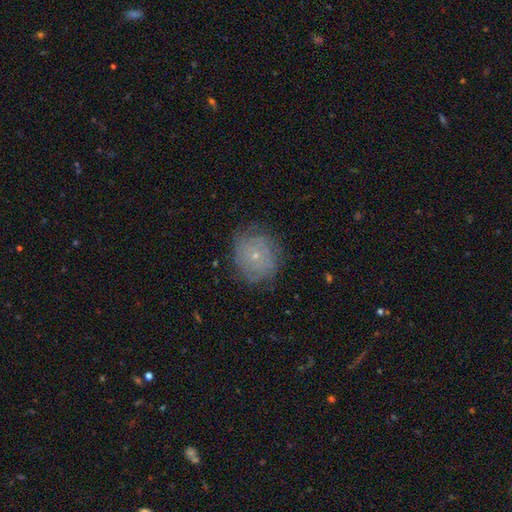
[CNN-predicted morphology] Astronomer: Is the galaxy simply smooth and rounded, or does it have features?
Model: featured or disk — 51% (runner-up: smooth, 38%).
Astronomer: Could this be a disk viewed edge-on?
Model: no — 96%.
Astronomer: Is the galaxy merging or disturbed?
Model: none — 73%.